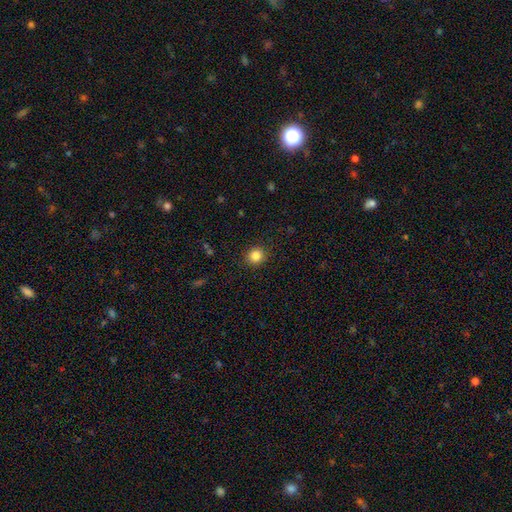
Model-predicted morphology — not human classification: Smooth or featured?
  - smooth: 84% *
  - star or artifact: 11%
  - featured or disk: 5%
How rounded?
  - round: 87% *
  - in between: 12%
  - cigar-shaped: 1%
Merging?
  - none: 90% *
  - minor disturbance: 6%
  - major disturbance: 2%
  - merger: 1%